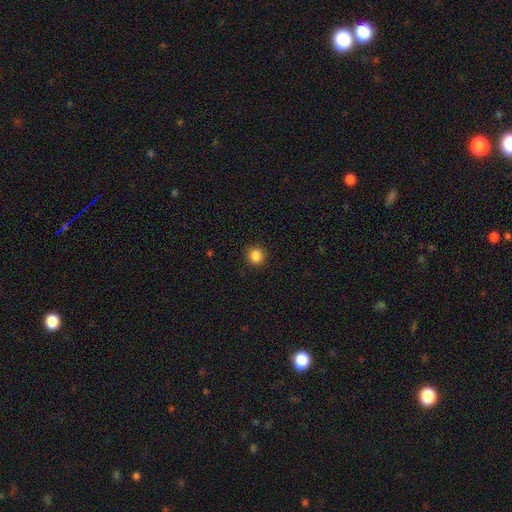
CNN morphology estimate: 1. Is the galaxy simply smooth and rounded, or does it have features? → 86% smooth, 11% star or artifact, 3% featured or disk.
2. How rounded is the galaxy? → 92% round, 7% in between, 1% cigar-shaped.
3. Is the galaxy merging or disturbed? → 92% none, 5% minor disturbance, 2% major disturbance, 1% merger.